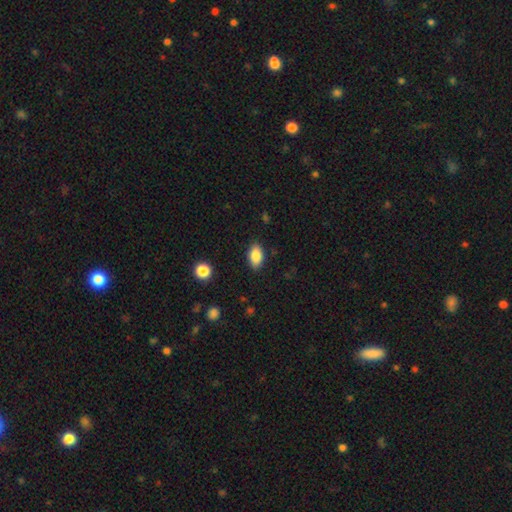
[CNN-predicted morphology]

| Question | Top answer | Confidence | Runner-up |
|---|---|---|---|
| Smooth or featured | smooth | 86% | star or artifact (8%) |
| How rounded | in between | 91% | round (6%) |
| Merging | none | 87% | minor disturbance (10%) |